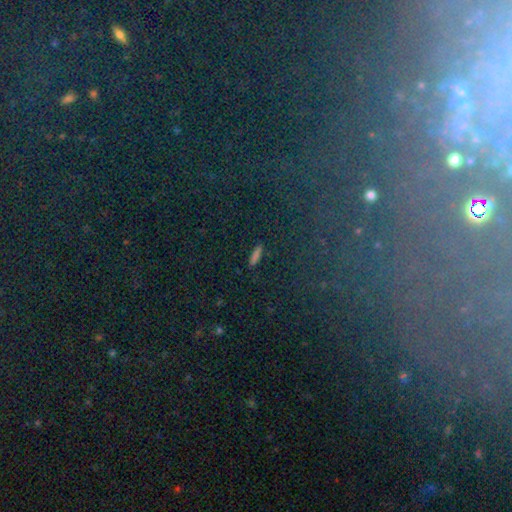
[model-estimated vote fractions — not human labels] smooth_or_featured: star or artifact (p=0.67) [alt: smooth p=0.19]